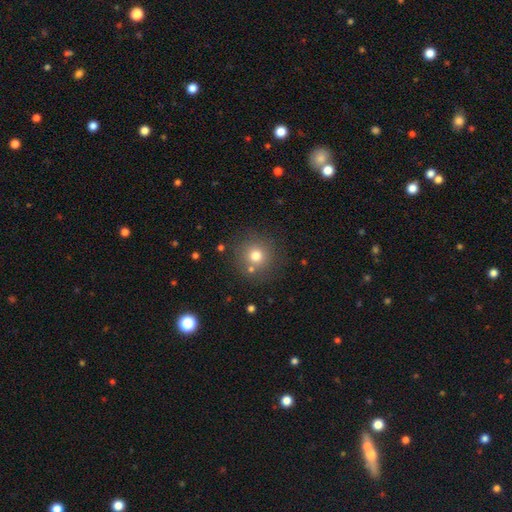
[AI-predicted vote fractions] Smooth or featured? Predicted: smooth (p=0.75). How rounded? Predicted: round (p=0.93). Merging? Predicted: none (p=0.80).